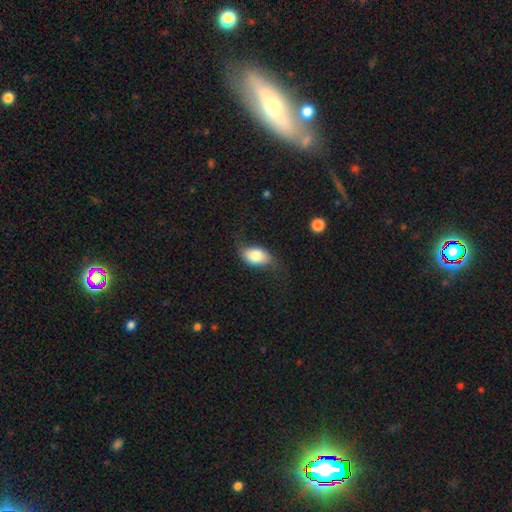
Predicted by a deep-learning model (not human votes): Smooth or featured? smooth (74%)
How rounded? in between (89%)
Merging? none (54%)